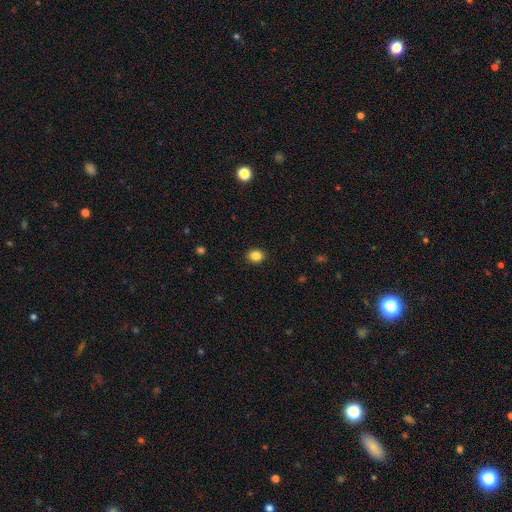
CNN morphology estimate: A smooth galaxy with no disk features (86%) that is round (59%).

Vote fractions:
- Smooth or featured? smooth: 86% / star or artifact: 10% / featured or disk: 4%
- How rounded? round: 59% / in between: 40% / cigar-shaped: 1%
- Merging? none: 91% / minor disturbance: 6% / major disturbance: 2% / merger: 1%